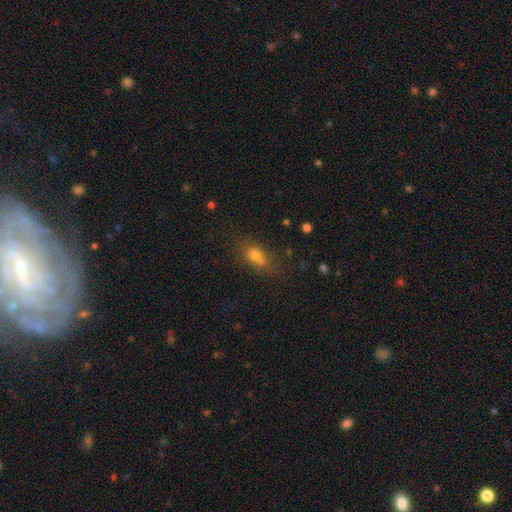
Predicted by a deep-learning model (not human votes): Morphology: type=smooth (70%); roundness=in between (68%); merging=none (58%).